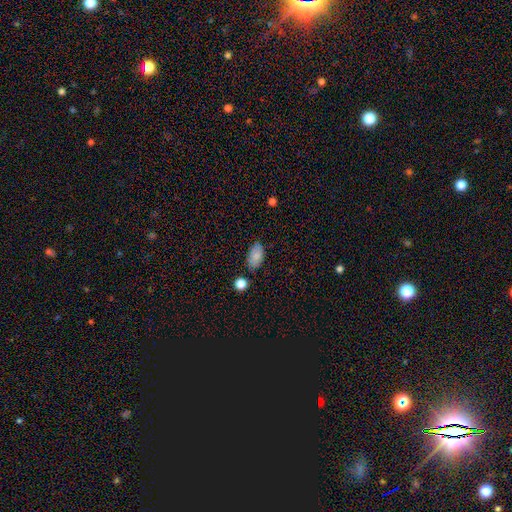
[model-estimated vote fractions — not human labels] A smooth galaxy with no disk features (84%) that is in between round and cigar-shaped (93%). Merging: none (77%).